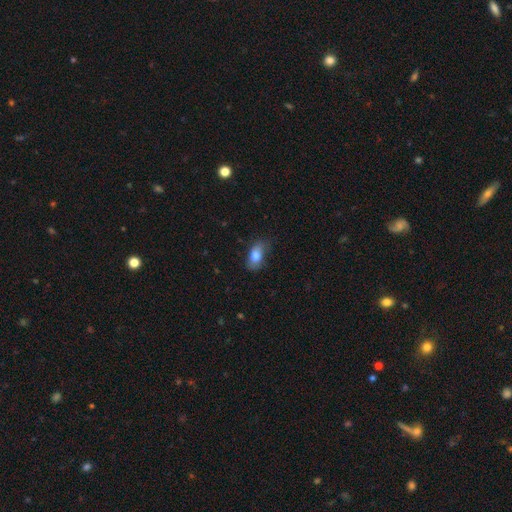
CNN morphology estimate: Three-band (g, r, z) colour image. It shows a smooth galaxy with no disk features (77%) that is in between round and cigar-shaped (87%). Merging: none (67%).